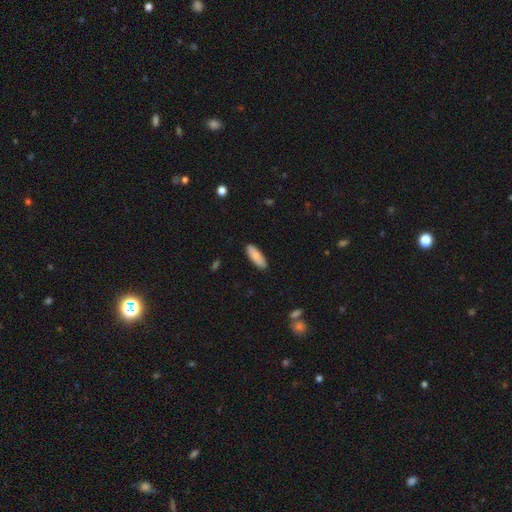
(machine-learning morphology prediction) A smooth galaxy with no disk features (82%) that is in between round and cigar-shaped (62%).

Vote fractions:
- Smooth or featured? smooth: 82% / featured or disk: 12% / star or artifact: 6%
- How rounded? in between: 62% / cigar-shaped: 37% / round: 2%
- Merging? none: 88% / minor disturbance: 9% / major disturbance: 2% / merger: 1%